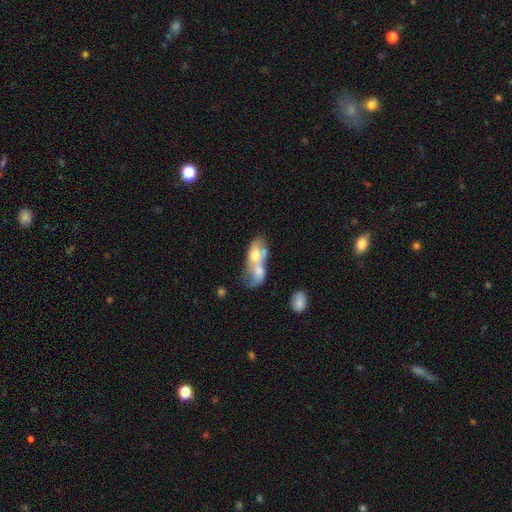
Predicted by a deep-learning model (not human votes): Smooth or featured: smooth — 49% (featured or disk — 43%)
Merging: merger — 76% (major disturbance — 9%)